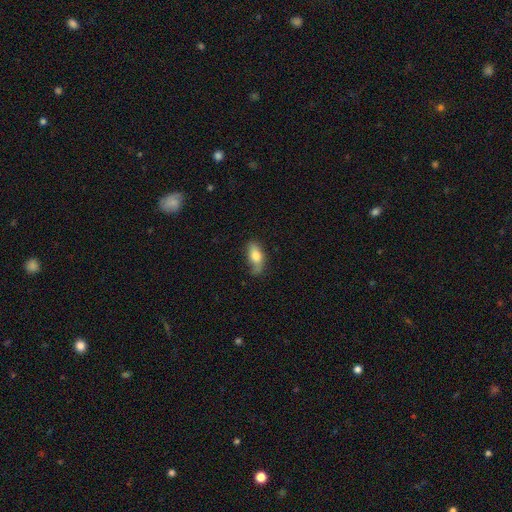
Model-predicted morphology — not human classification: Smooth or featured? smooth (72%)
How rounded? in between (81%)
Merging? none (54%)